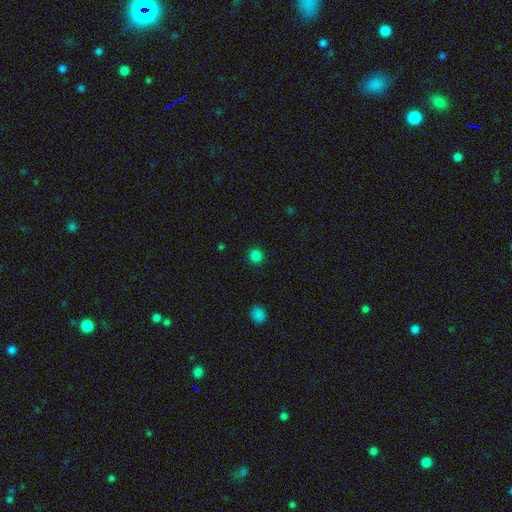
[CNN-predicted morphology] This appears to be a smooth galaxy with no disk features (83%) that is round (90%). Merging: none (92%).